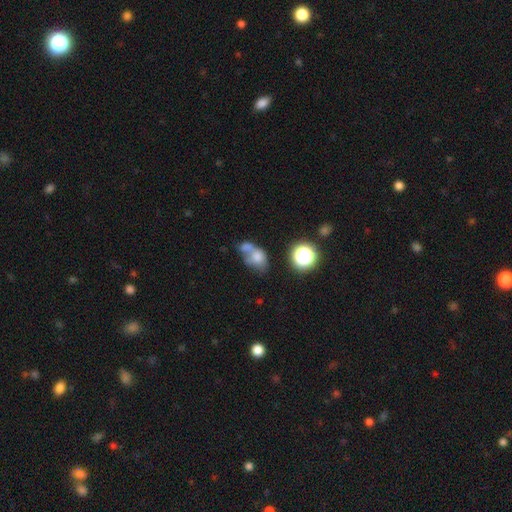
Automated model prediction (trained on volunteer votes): Overall: smooth (61%; featured or disk 23%). How rounded: in between (65%; round 33%). Merging: merger (46%; none 23%).